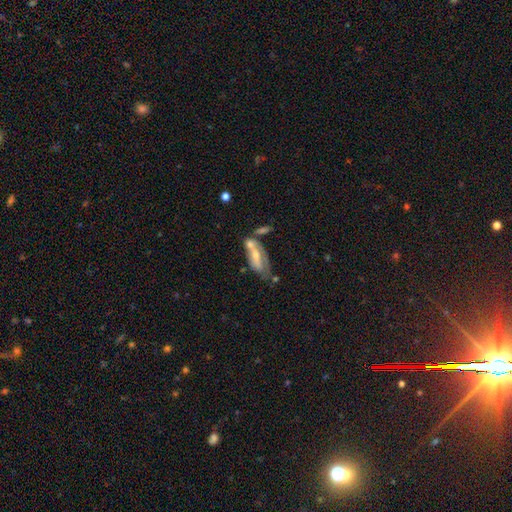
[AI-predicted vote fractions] Smooth or featured?
  - smooth: 49% *
  - featured or disk: 45%
  - star or artifact: 7%
Merging?
  - merger: 35% *
  - none: 27%
  - minor disturbance: 21%
  - major disturbance: 17%